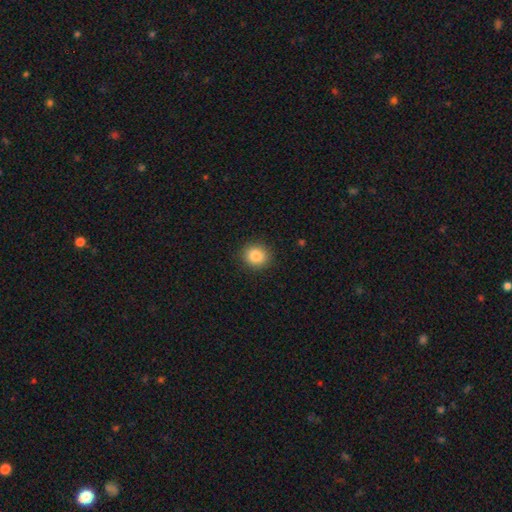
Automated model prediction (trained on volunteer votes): smooth-or-featured: smooth: 85% | star or artifact: 10% | featured or disk: 5%
  how-rounded: round: 83% | in between: 16% | cigar-shaped: 1%
  merging: none: 90% | minor disturbance: 7% | major disturbance: 2% | merger: 1%